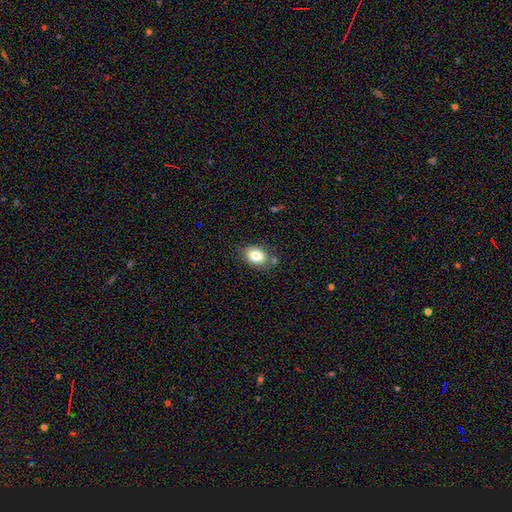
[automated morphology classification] The model was most divided on "how rounded": in between: 74%, round: 25%, cigar-shaped: 1%. More confident: smooth or featured — smooth (81%); merging — none (76%).